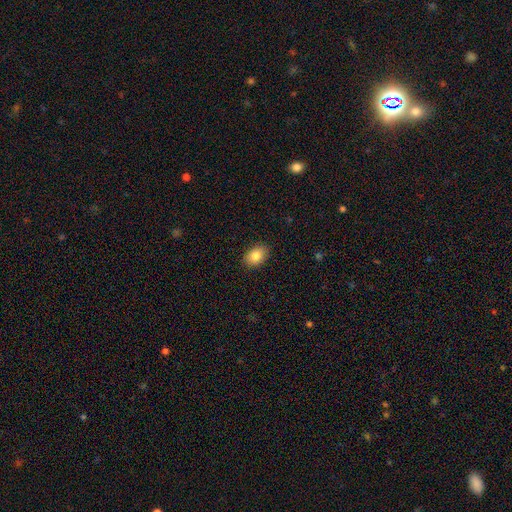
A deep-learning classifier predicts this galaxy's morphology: The model was most divided on "how rounded": in between: 81%, round: 18%, cigar-shaped: 1%. More confident: merging — none (89%); smooth or featured — smooth (84%).